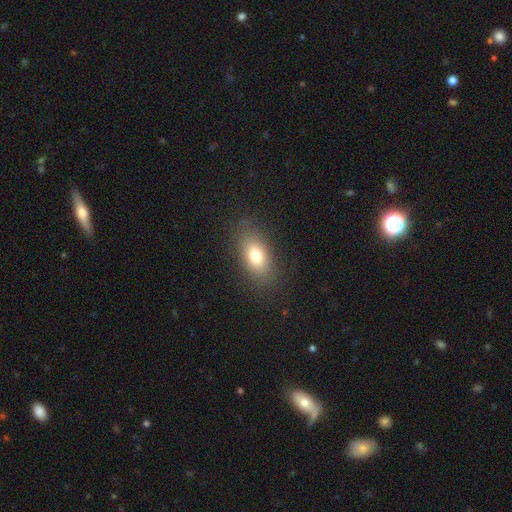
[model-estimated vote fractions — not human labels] Q: Smooth or featured?
A: smooth (76%); runner-up: featured or disk (13%)
Q: How rounded?
A: in between (84%); runner-up: round (10%)
Q: Merging?
A: none (83%); runner-up: minor disturbance (11%)